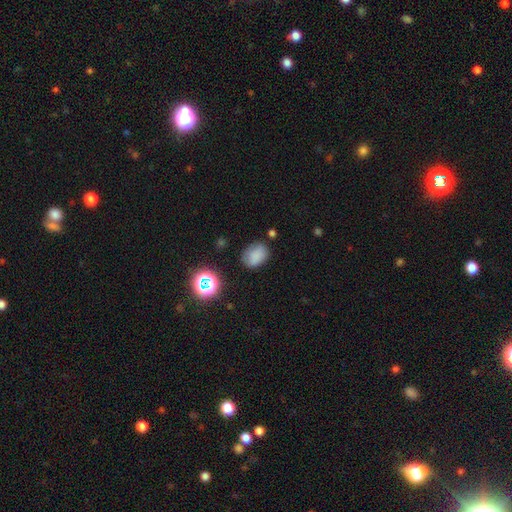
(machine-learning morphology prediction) smooth 78%, star or artifact 14%, featured or disk 8%. Down the decision tree: how rounded — in between (67%); merging — none (72%).